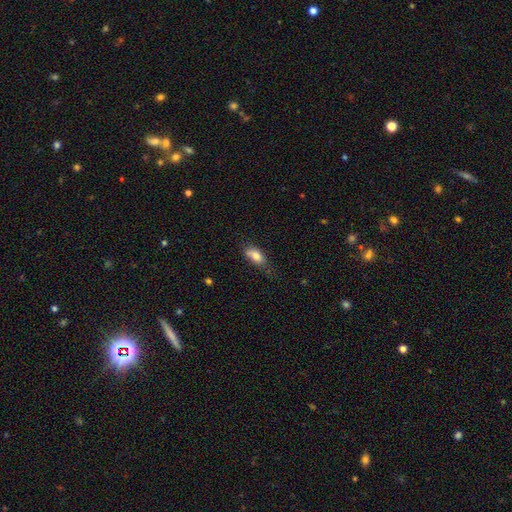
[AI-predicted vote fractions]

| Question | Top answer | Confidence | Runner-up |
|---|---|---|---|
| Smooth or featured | smooth | 78% | featured or disk (14%) |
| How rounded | in between | 85% | cigar-shaped (10%) |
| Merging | none | 52% | minor disturbance (32%) |